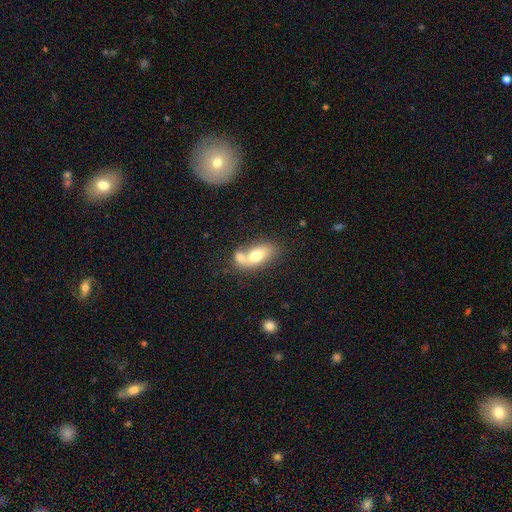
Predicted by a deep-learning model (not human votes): Smooth or featured? smooth (69%)
How rounded? in between (85%)
Merging? merger (52%)